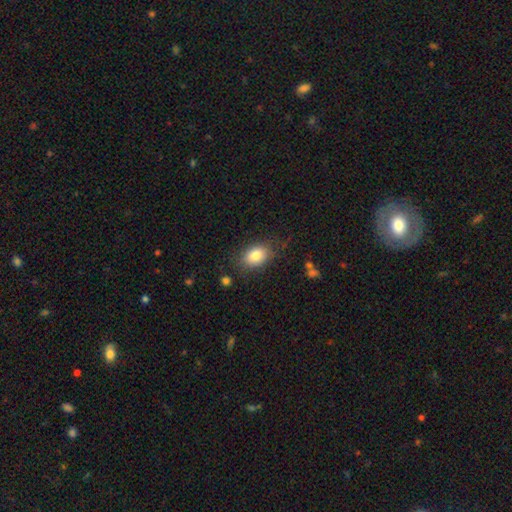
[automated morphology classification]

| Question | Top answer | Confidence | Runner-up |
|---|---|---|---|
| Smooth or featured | smooth | 83% | featured or disk (9%) |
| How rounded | in between | 78% | round (21%) |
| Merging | none | 79% | minor disturbance (14%) |